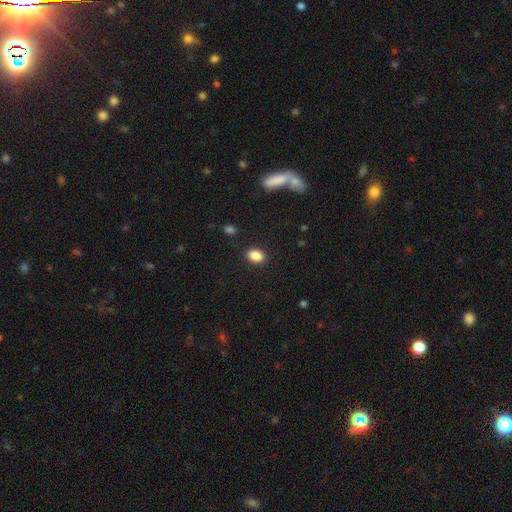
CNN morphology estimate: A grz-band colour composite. It shows a smooth galaxy with no disk features (86%) that is in between round and cigar-shaped (82%). Merging: none (87%).